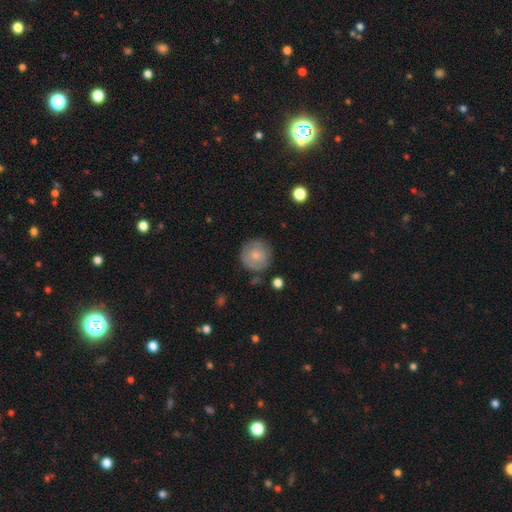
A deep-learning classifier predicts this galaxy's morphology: Smooth or featured?
  - smooth: 63% *
  - featured or disk: 30%
  - star or artifact: 7%
How rounded?
  - round: 93% *
  - in between: 6%
  - cigar-shaped: 1%
Merging?
  - none: 79% *
  - minor disturbance: 14%
  - major disturbance: 4%
  - merger: 3%